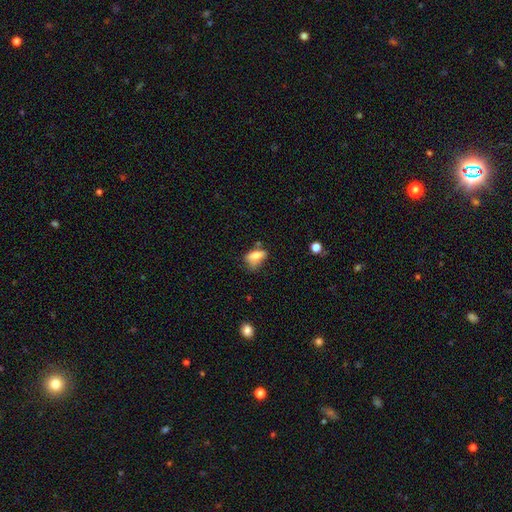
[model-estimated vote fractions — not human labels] Q: Smooth or featured?
A: smooth (71%); runner-up: featured or disk (19%)
Q: How rounded?
A: in between (81%); runner-up: round (11%)
Q: Merging?
A: none (37%); runner-up: minor disturbance (33%)